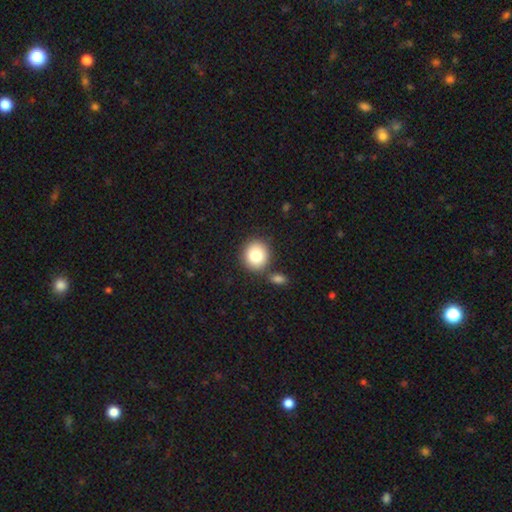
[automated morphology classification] Smooth or featured: smooth — 81% (featured or disk — 10%)
How rounded: round — 86% (in between — 13%)
Merging: none — 77% (merger — 12%)